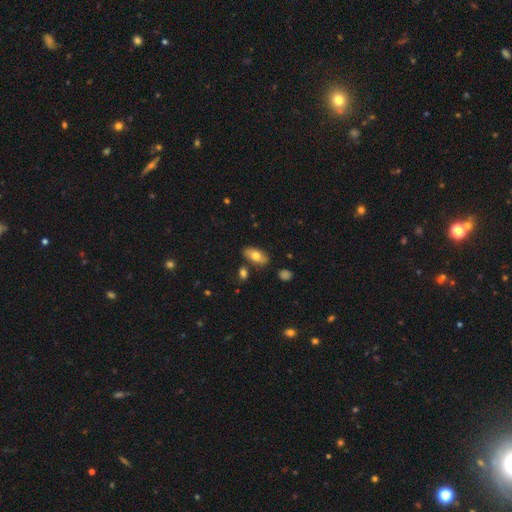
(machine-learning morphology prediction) Smooth or featured? Predicted: smooth (p=0.69). How rounded? Predicted: in between (p=0.90). Merging? Predicted: none (p=0.81).